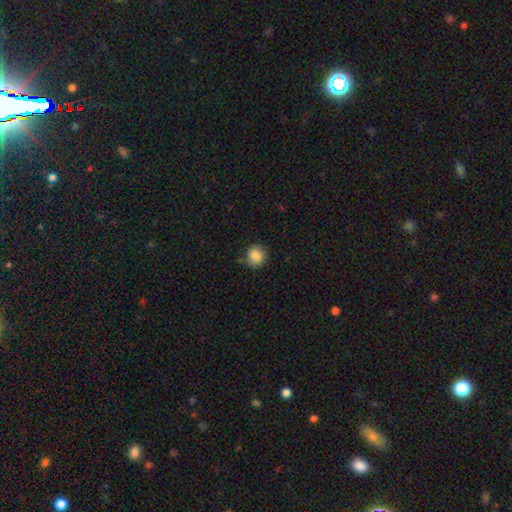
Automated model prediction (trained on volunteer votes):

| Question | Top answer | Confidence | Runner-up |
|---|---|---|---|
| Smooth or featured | smooth | 85% | star or artifact (9%) |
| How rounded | round | 85% | in between (14%) |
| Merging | none | 83% | minor disturbance (13%) |